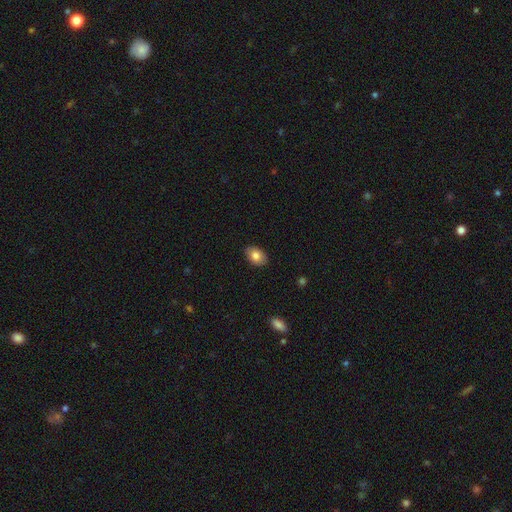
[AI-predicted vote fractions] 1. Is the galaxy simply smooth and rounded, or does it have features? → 82% smooth, 11% featured or disk, 7% star or artifact.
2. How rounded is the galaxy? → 84% in between, 15% round, 1% cigar-shaped.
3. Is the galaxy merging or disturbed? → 88% none, 9% minor disturbance, 2% major disturbance, 1% merger.